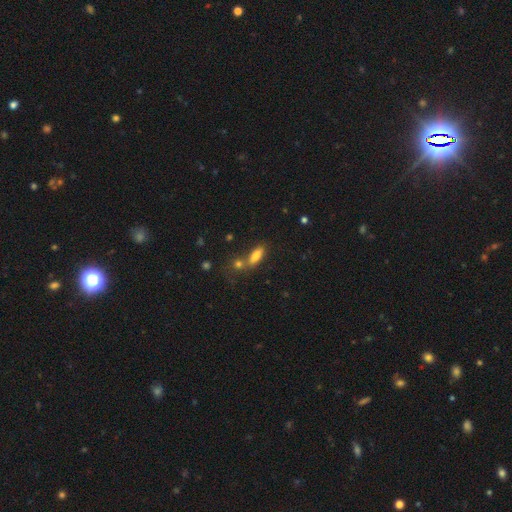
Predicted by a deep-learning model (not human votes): This is likely a smooth galaxy (79%). How rounded: likely in between (67%). Merging: possibly none (54%).